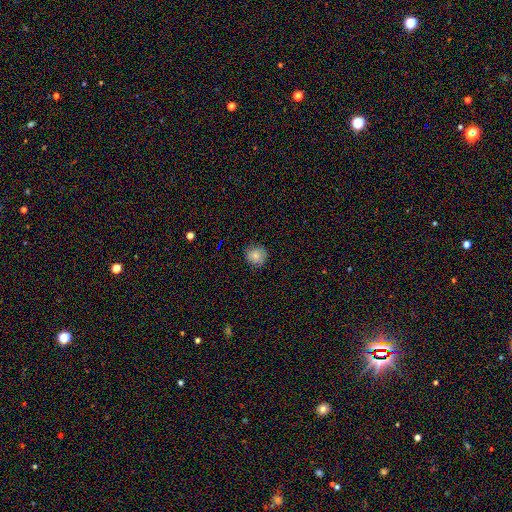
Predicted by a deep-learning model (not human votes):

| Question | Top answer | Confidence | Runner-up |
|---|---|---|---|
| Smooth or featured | smooth | 79% | star or artifact (11%) |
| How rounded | round | 92% | in between (7%) |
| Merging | none | 85% | minor disturbance (12%) |